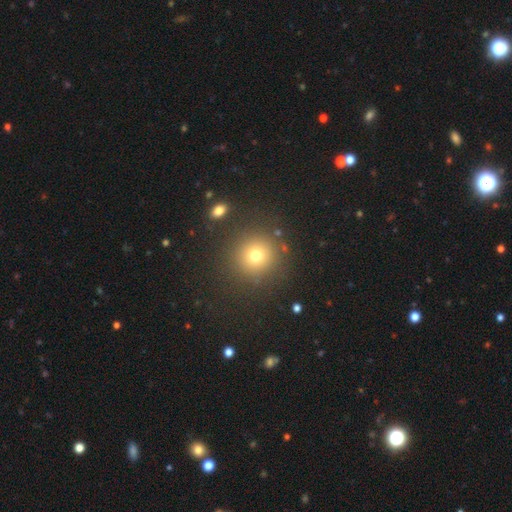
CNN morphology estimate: Smooth or featured: smooth — 73% (star or artifact — 17%)
How rounded: round — 93% (in between — 6%)
Merging: none — 86% (minor disturbance — 7%)